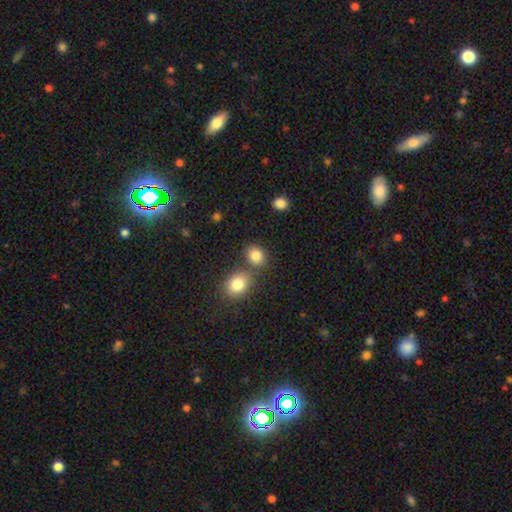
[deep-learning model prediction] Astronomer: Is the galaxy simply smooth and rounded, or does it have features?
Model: smooth — 83%.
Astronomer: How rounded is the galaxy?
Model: round — 53% (runner-up: in between, 46%).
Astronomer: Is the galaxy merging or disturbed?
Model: none — 66%.